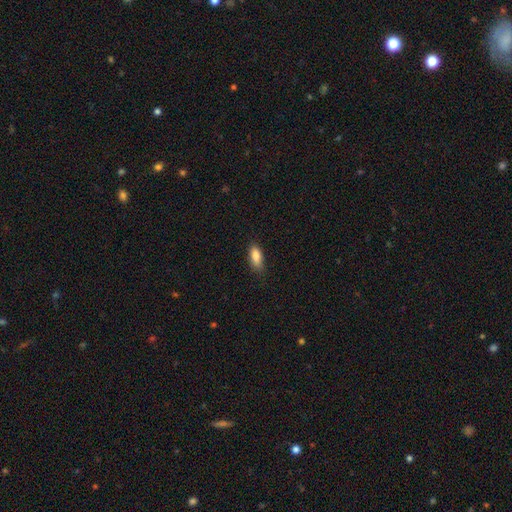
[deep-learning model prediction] Smooth or featured? Predicted: smooth (p=0.86). How rounded? Predicted: in between (p=0.83). Merging? Predicted: none (p=0.78).